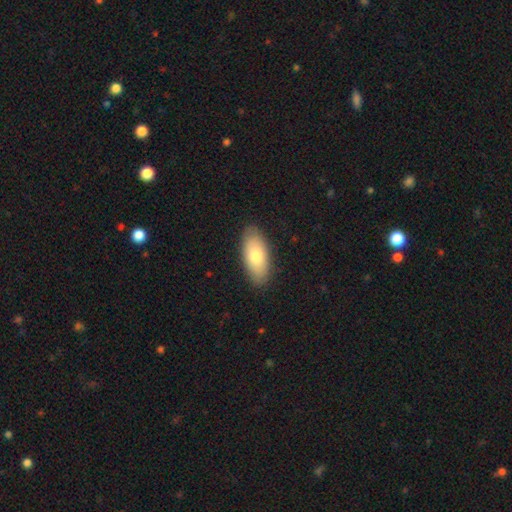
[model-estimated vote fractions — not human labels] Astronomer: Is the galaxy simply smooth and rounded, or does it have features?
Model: smooth — 75%.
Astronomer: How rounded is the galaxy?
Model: in between — 90%.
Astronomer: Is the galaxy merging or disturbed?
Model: none — 86%.